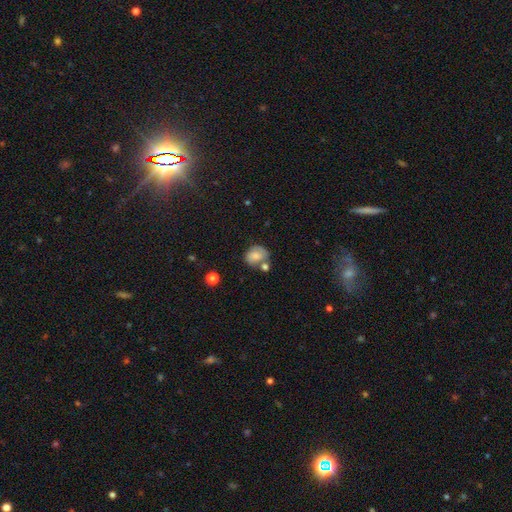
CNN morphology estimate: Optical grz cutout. It shows a smooth galaxy with no disk features (64%) that is round (52%). Merging: none (46%).